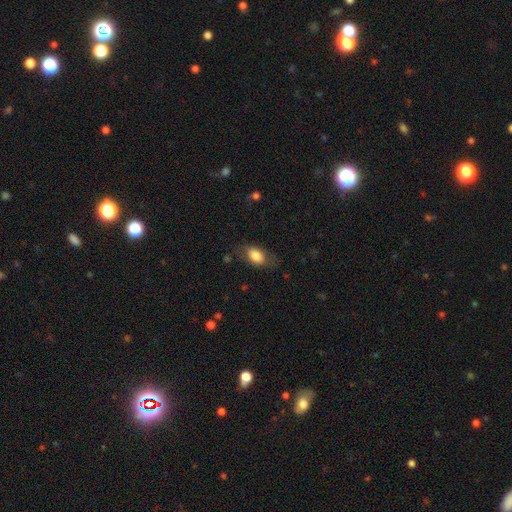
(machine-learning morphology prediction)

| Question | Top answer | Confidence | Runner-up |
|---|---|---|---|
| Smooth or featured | smooth | 80% | featured or disk (13%) |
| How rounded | in between | 88% | round (9%) |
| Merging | none | 67% | minor disturbance (22%) |